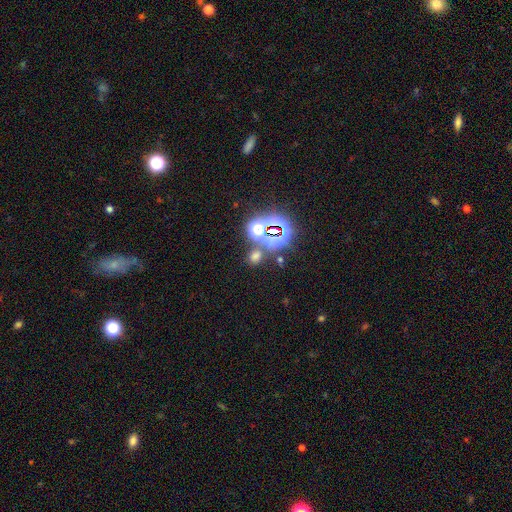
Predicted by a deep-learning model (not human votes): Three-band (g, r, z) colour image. It shows a smooth galaxy with no disk features (50%) that is round (62%). Merging: none (74%).